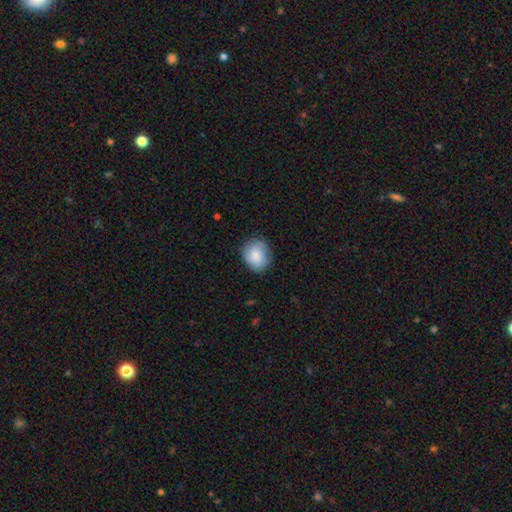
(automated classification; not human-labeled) A smooth galaxy with no disk features (85%) that is round (62%). Merging: none (77%).